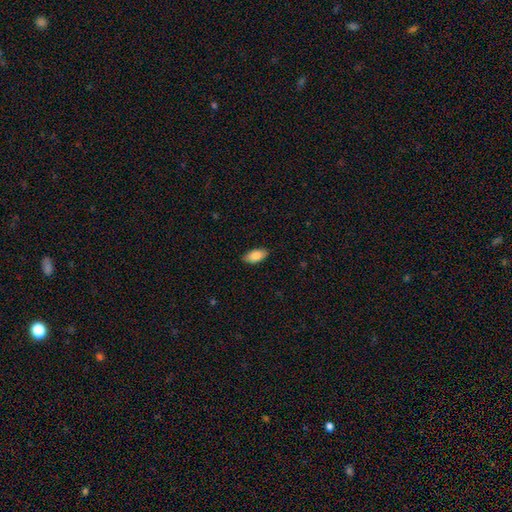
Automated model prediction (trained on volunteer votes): A smooth galaxy with no disk features (86%) that is in between round and cigar-shaped (93%).

Vote fractions:
- Smooth or featured? smooth: 86% / featured or disk: 7% / star or artifact: 6%
- How rounded? in between: 93% / cigar-shaped: 5% / round: 2%
- Merging? none: 88% / minor disturbance: 9% / major disturbance: 2% / merger: 1%